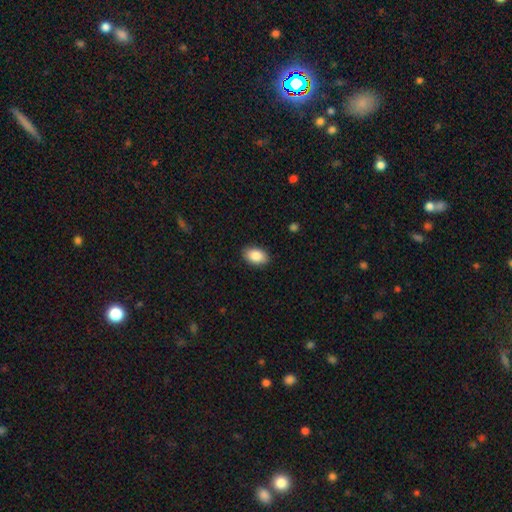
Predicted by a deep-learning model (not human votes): A smooth galaxy with no disk features (87%) that is in between round and cigar-shaped (89%). Merging: none (89%).